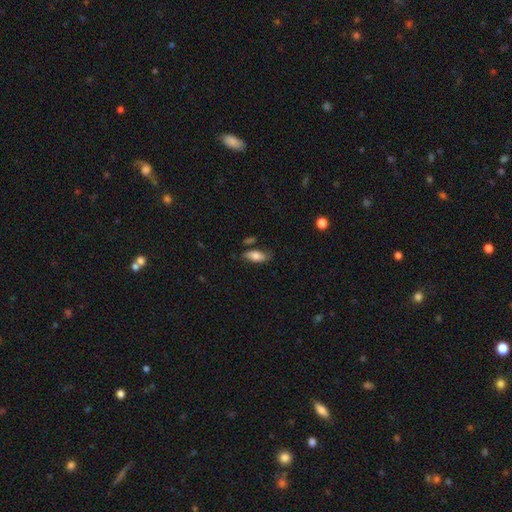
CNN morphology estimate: The model was most divided on "merging": none: 67%, minor disturbance: 22%, major disturbance: 6%, merger: 5%. More confident: how rounded — in between (83%); smooth or featured — smooth (75%).